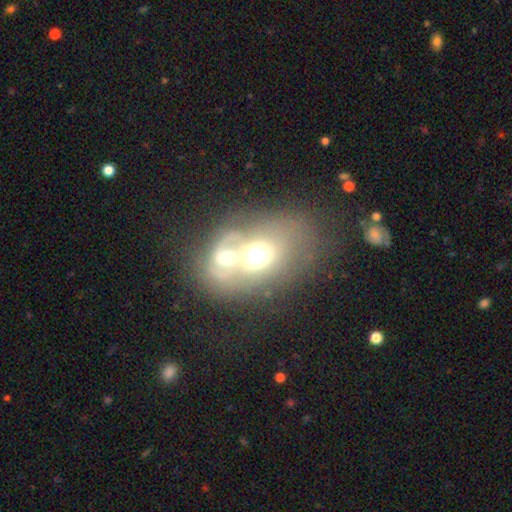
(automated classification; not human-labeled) A featured or disk galaxy (48%). Merging: merger (75%).